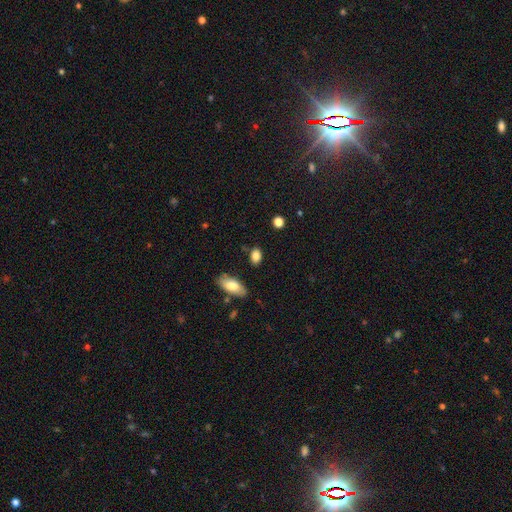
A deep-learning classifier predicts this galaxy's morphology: This is clearly a smooth galaxy (84%). How rounded: clearly in between (82%). Merging: clearly none (81%).